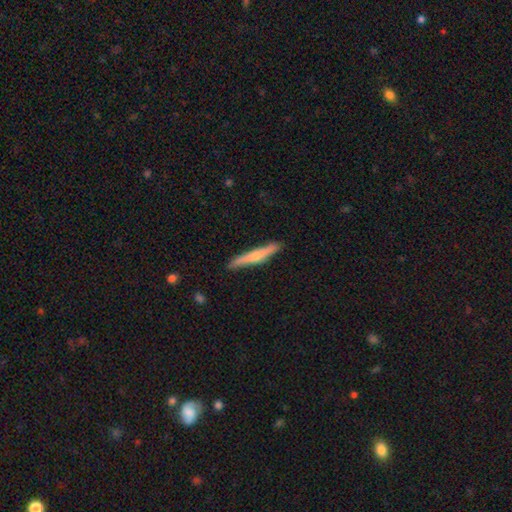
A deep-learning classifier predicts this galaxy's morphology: Smooth or featured: smooth — 54% (featured or disk — 41%)
How rounded: cigar-shaped — 94% (in between — 4%)
Merging: none — 87% (minor disturbance — 10%)